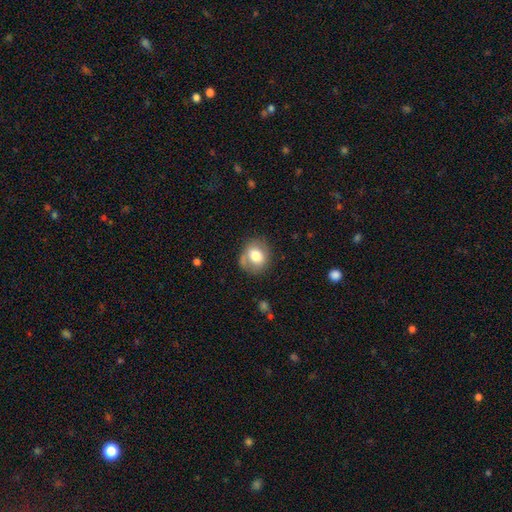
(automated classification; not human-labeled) Q: Smooth or featured?
A: smooth (72%); runner-up: featured or disk (20%)
Q: How rounded?
A: round (62%); runner-up: in between (37%)
Q: Merging?
A: none (65%); runner-up: minor disturbance (22%)